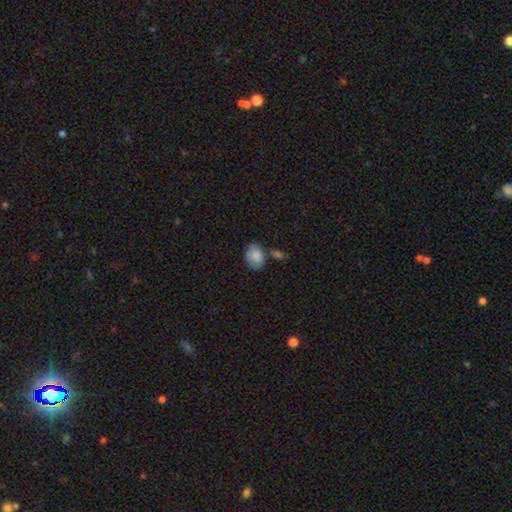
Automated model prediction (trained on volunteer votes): Smooth or featured? smooth (86%)
How rounded? in between (75%)
Merging? none (61%)